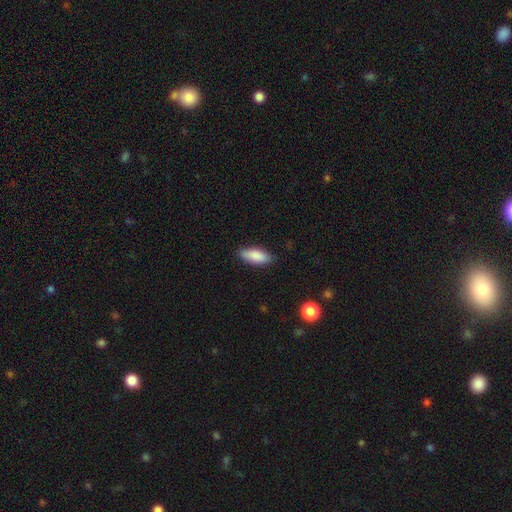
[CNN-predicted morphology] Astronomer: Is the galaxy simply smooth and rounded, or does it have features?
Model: smooth — 86%.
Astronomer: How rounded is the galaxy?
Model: in between — 75%.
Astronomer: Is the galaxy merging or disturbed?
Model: none — 85%.